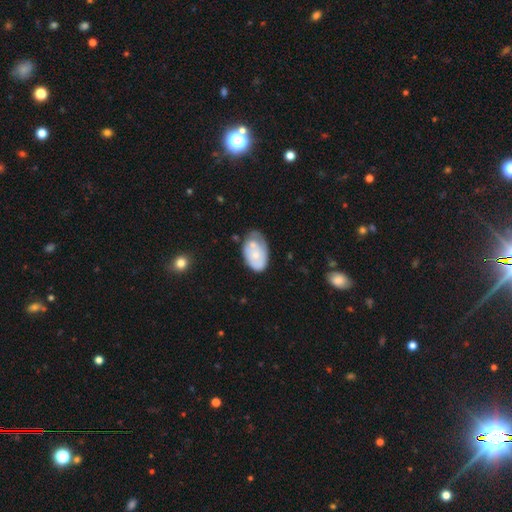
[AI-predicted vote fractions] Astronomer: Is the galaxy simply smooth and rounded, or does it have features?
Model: smooth — 56% (runner-up: featured or disk, 38%).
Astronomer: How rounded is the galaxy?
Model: in between — 90%.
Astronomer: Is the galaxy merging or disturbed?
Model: none — 42% (runner-up: minor disturbance, 33%).